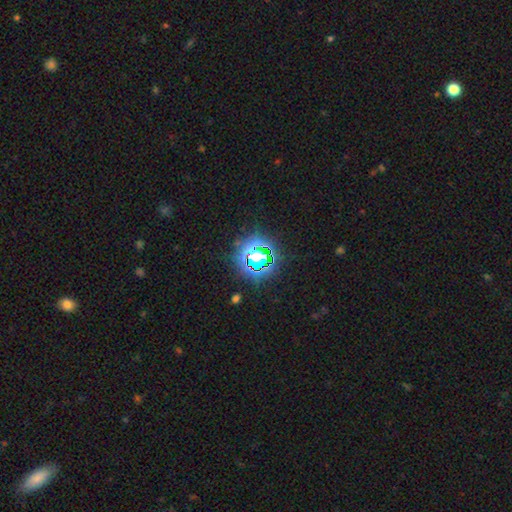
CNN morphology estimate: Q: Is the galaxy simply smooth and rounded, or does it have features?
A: star or artifact — 68%.